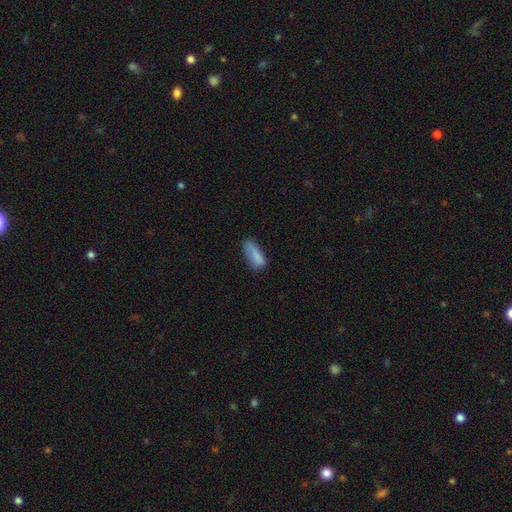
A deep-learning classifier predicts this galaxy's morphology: Smooth or featured? Predicted: smooth (p=0.82). How rounded? Predicted: in between (p=0.70). Merging? Predicted: none (p=0.52).